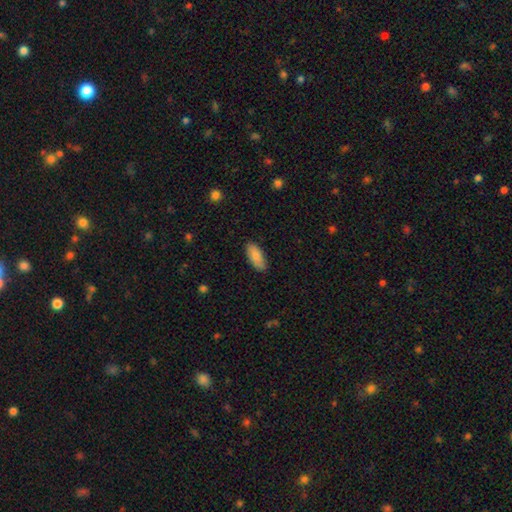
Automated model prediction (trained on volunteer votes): Smooth or featured? Predicted: smooth (p=0.83). How rounded? Predicted: in between (p=0.85). Merging? Predicted: none (p=0.86).